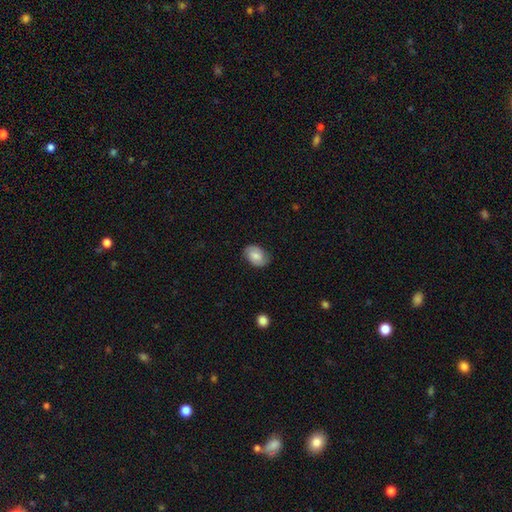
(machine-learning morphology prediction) Q: Smooth or featured?
A: smooth (59%); runner-up: featured or disk (33%)
Q: How rounded?
A: in between (79%); runner-up: round (20%)
Q: Merging?
A: none (79%); runner-up: minor disturbance (16%)